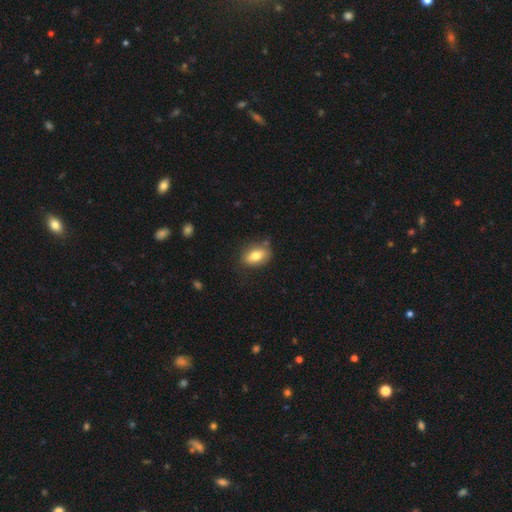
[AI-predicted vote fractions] Overall: smooth (77%). How rounded: in between (84%). Merging: none (77%).